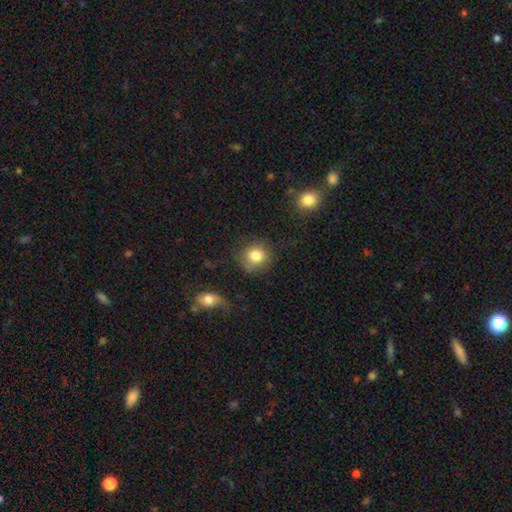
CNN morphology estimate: This appears to be a smooth galaxy with no disk features (82%) that is round (89%). Merging: none (78%).